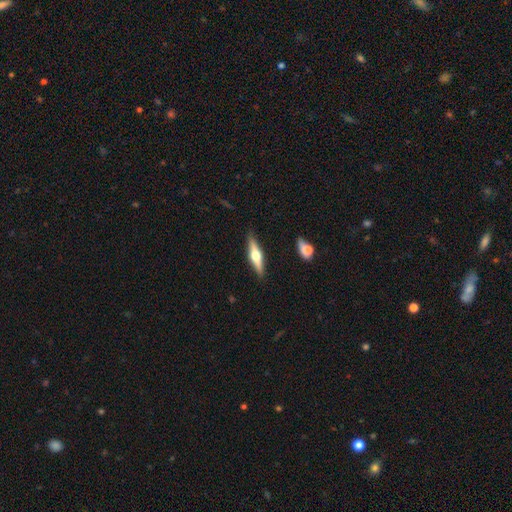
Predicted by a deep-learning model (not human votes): This appears to be a featured or disk galaxy (65%) viewed edge-on (96%) with a rounded central bulge (95%). Merging: none (89%).